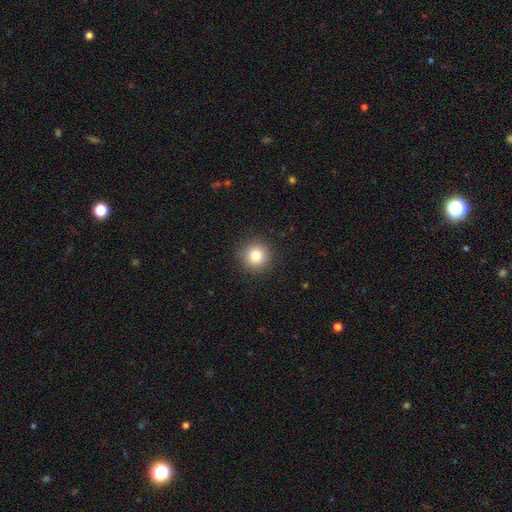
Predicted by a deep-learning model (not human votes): Smooth or featured? smooth (82%)
How rounded? round (95%)
Merging? none (91%)